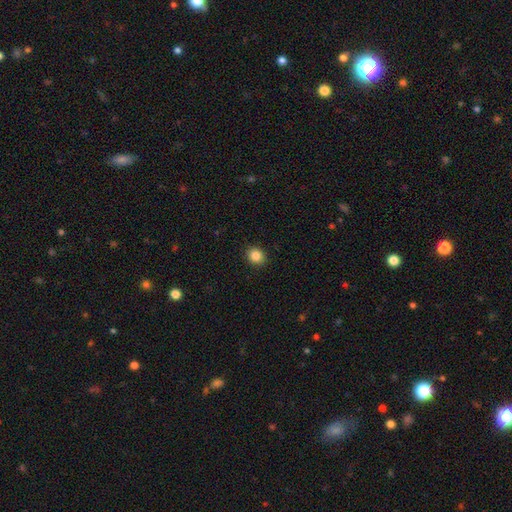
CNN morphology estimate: Smooth or featured? Predicted: smooth (p=0.86). How rounded? Predicted: round (p=0.70). Merging? Predicted: none (p=0.91).